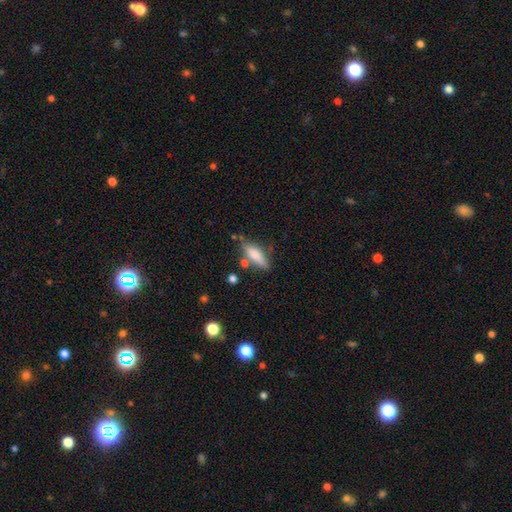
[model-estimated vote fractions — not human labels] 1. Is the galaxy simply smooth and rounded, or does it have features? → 74% smooth, 19% featured or disk, 7% star or artifact.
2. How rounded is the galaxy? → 50% in between, 47% cigar-shaped, 3% round.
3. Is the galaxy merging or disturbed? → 65% none, 20% minor disturbance, 9% merger, 6% major disturbance.